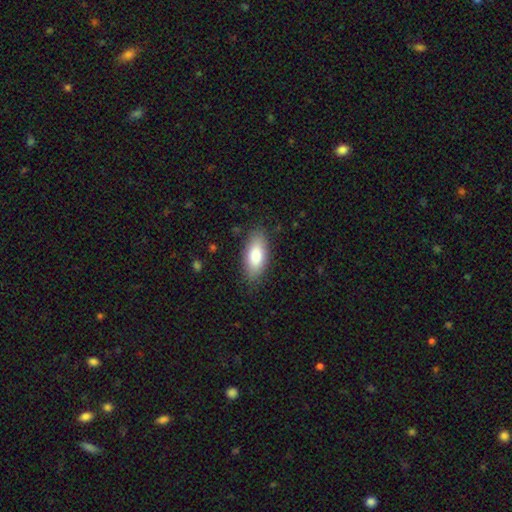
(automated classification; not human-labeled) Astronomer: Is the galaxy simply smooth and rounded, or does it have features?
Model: smooth — 80%.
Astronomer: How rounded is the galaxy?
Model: in between — 86%.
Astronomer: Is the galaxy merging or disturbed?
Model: none — 84%.